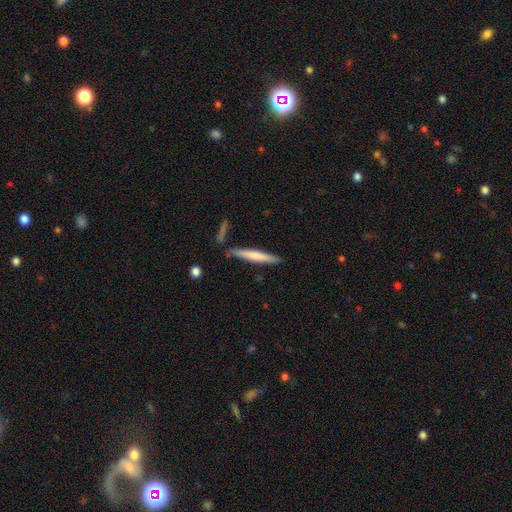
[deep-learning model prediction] smooth_or_featured: smooth (p=0.63) [alt: featured or disk p=0.32]
how_rounded: cigar-shaped (p=0.94) [alt: in between p=0.04]
merging: none (p=0.81) [alt: minor disturbance p=0.12]